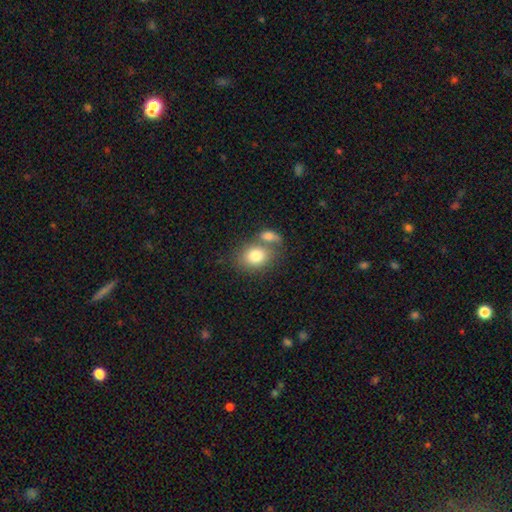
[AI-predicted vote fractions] smooth 80%, featured or disk 12%, star or artifact 8%. Down the decision tree: how rounded — in between (54%); merging — none (46%).